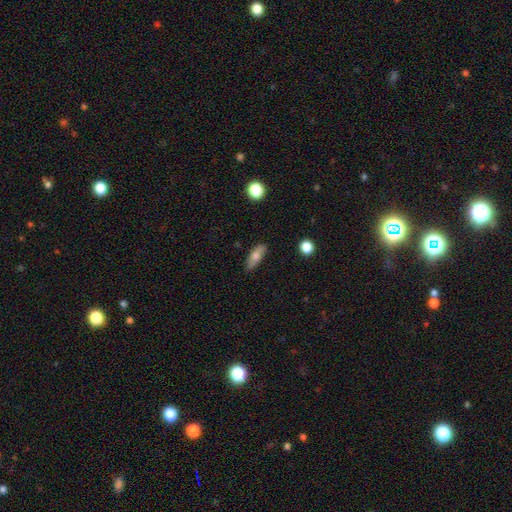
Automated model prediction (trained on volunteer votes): This appears to be a smooth galaxy with no disk features (68%) that is in between round and cigar-shaped (64%). Merging: none (82%).